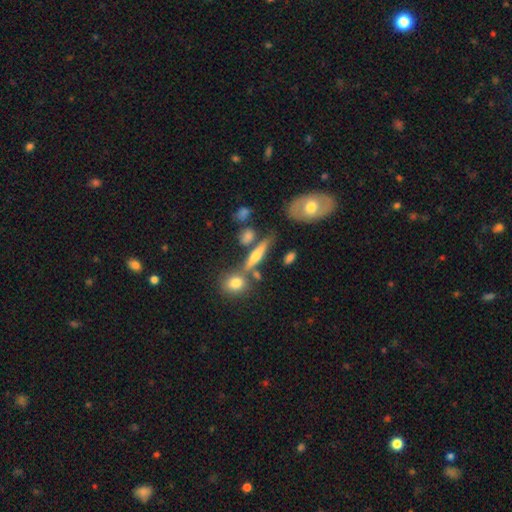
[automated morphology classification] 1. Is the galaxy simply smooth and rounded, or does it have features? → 51% featured or disk, 39% smooth, 10% star or artifact.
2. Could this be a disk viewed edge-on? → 88% yes, 12% no.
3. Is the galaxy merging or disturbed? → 66% none, 16% merger, 13% minor disturbance, 5% major disturbance.